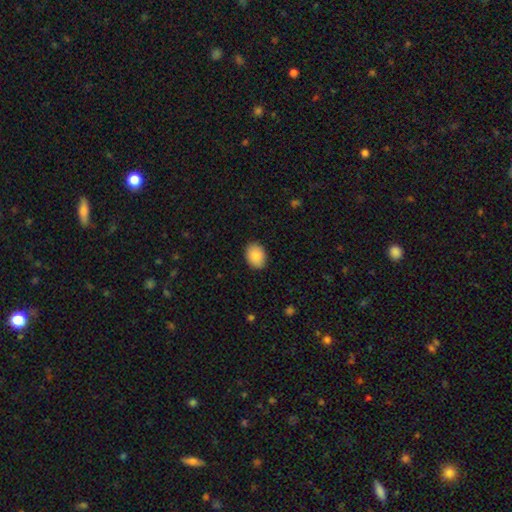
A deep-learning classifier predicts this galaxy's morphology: The model was most divided on "how rounded": in between: 72%, round: 27%, cigar-shaped: 1%. More confident: smooth or featured — smooth (89%); merging — none (88%).